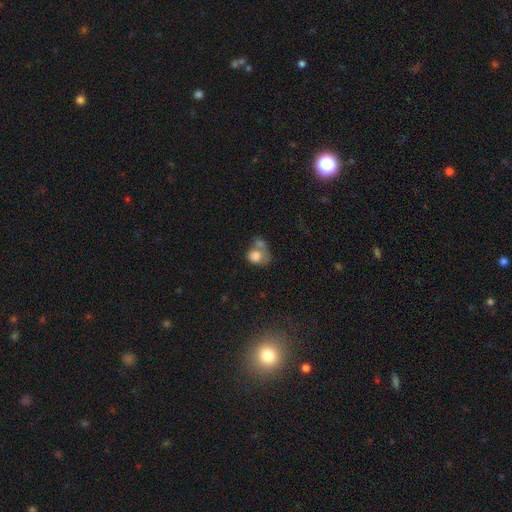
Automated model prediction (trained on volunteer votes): Morphology: type=smooth (75%); roundness=round (58%); merging=merger (48%).